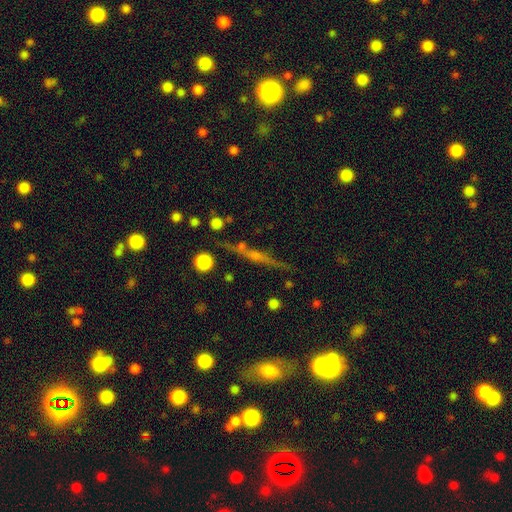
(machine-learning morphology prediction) Smooth or featured? featured or disk (49%)
Merging? none (79%)